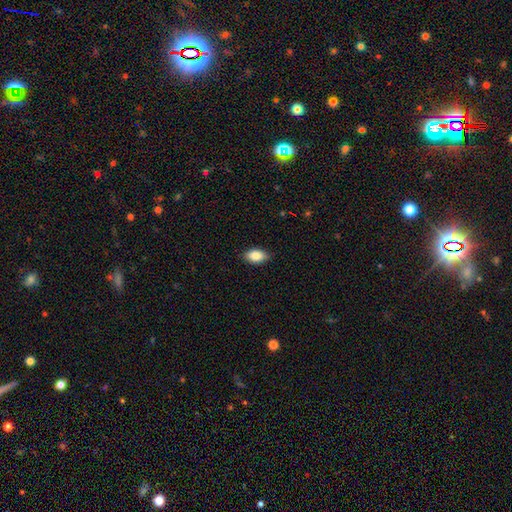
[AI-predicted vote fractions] Smooth or featured? smooth (85%)
How rounded? in between (91%)
Merging? none (86%)